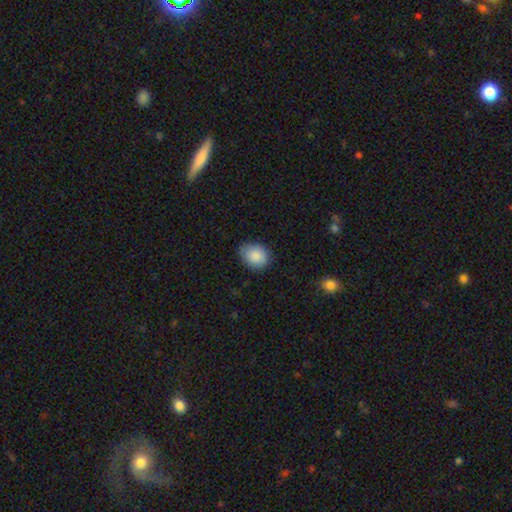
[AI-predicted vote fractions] Smooth or featured? Predicted: smooth (p=0.88). How rounded? Predicted: in between (p=0.57). Merging? Predicted: none (p=0.76).